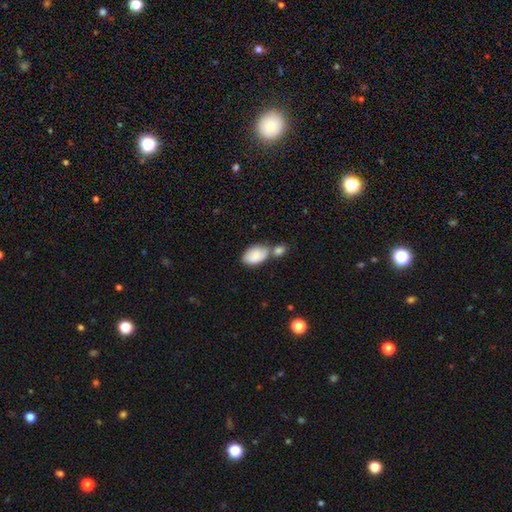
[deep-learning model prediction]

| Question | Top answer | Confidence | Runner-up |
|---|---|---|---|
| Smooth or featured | smooth | 85% | featured or disk (8%) |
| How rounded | in between | 93% | round (5%) |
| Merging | merger | 45% | none (35%) |